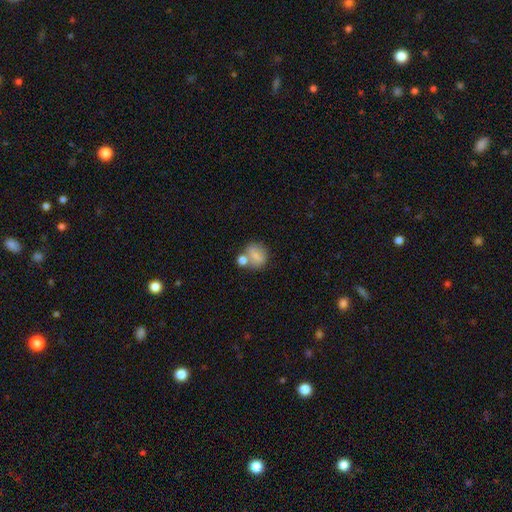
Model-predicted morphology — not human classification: smooth_or_featured: smooth (p=0.76) [alt: featured or disk p=0.15]
how_rounded: round (p=0.67) [alt: in between p=0.32]
merging: none (p=0.49) [alt: merger p=0.30]